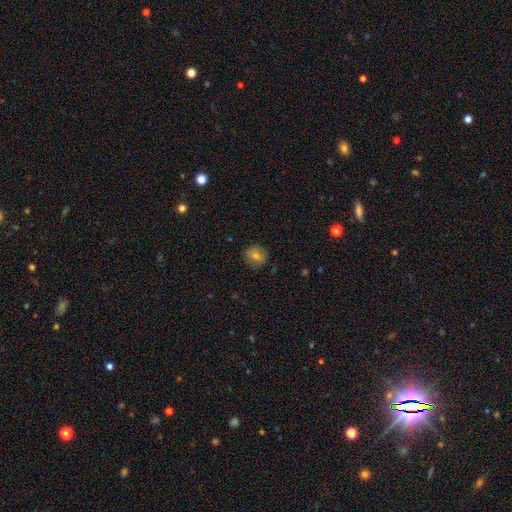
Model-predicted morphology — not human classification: This is likely a smooth galaxy (71%). How rounded: clearly round (81%). Merging: clearly none (85%).